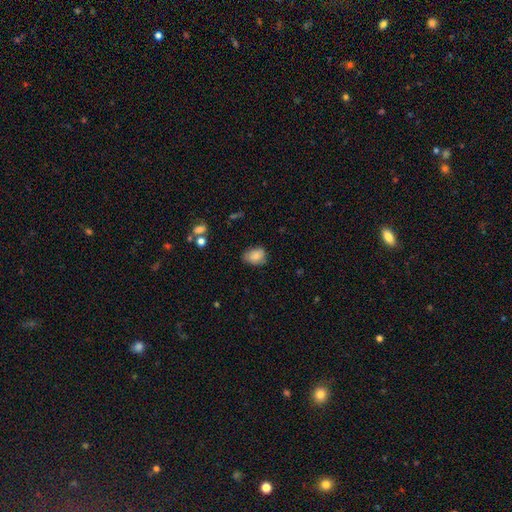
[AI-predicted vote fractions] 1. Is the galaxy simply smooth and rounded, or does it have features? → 83% smooth, 9% featured or disk, 8% star or artifact.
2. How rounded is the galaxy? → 72% in between, 26% round, 1% cigar-shaped.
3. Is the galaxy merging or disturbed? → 68% none, 26% minor disturbance, 5% major disturbance, 2% merger.